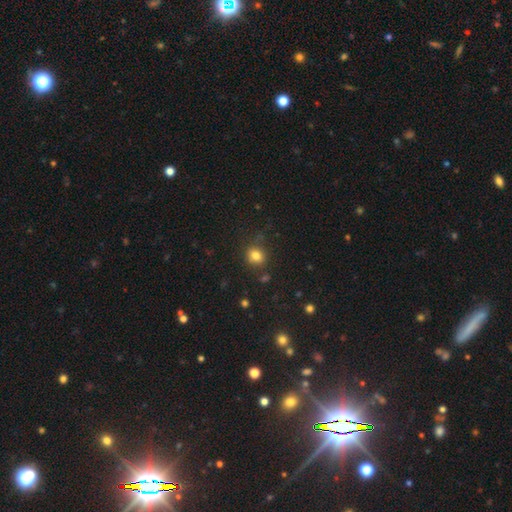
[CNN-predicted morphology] Smooth or featured? smooth (81%)
How rounded? round (68%)
Merging? none (77%)